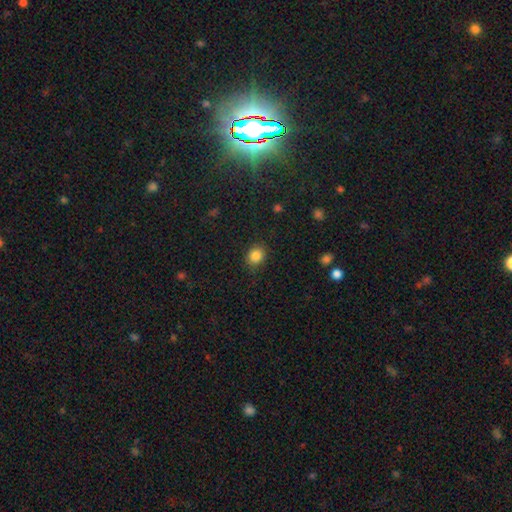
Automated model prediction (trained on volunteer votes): smooth_or_featured: smooth (p=0.85) [alt: star or artifact p=0.10]
how_rounded: round (p=0.71) [alt: in between p=0.28]
merging: none (p=0.86) [alt: minor disturbance p=0.10]